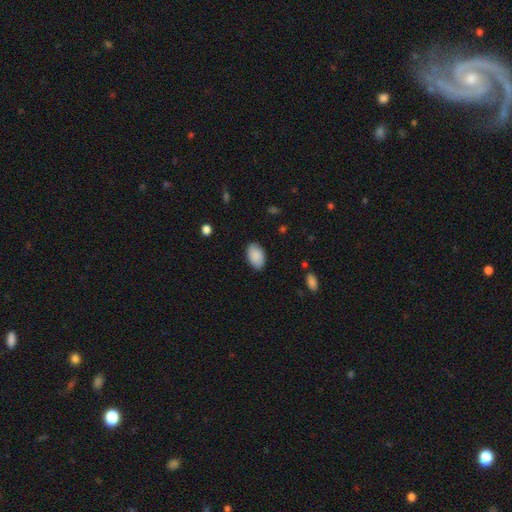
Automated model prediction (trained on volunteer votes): A smooth galaxy with no disk features (90%) that is in between round and cigar-shaped (92%).

Vote fractions:
- Smooth or featured? smooth: 90% / star or artifact: 6% / featured or disk: 4%
- How rounded? in between: 92% / round: 7% / cigar-shaped: 1%
- Merging? none: 86% / minor disturbance: 11% / major disturbance: 2% / merger: 1%